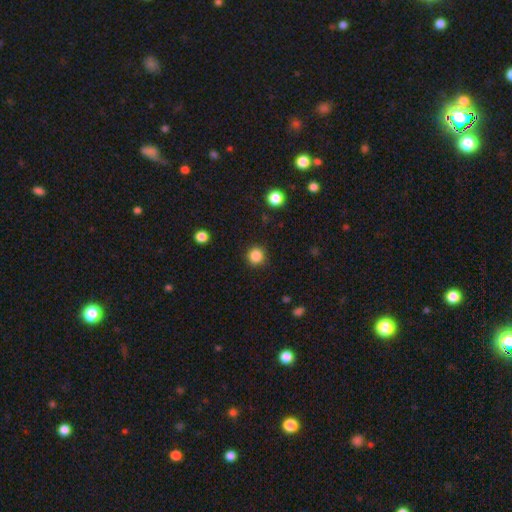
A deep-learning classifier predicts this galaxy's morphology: Smooth or featured?
  - smooth: 85% *
  - star or artifact: 11%
  - featured or disk: 3%
How rounded?
  - round: 94% *
  - in between: 5%
  - cigar-shaped: 1%
Merging?
  - none: 89% *
  - minor disturbance: 7%
  - major disturbance: 2%
  - merger: 1%